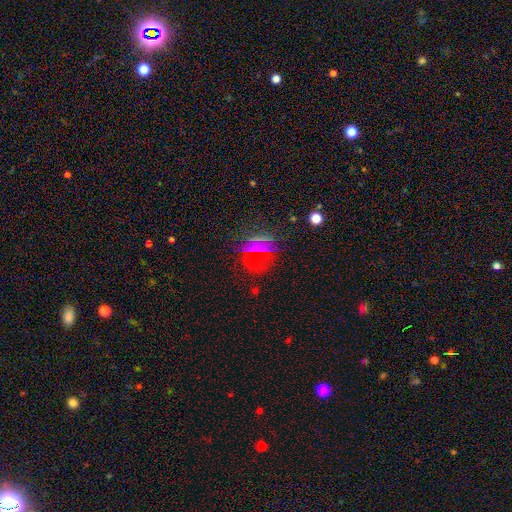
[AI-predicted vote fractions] Smooth or featured? Predicted: smooth (p=0.47). Merging? Predicted: none (p=0.73).